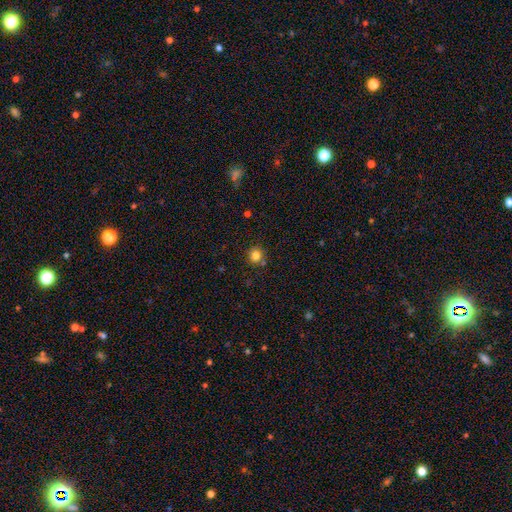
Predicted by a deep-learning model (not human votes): This appears to be a smooth galaxy with no disk features (81%) that is round (89%). Merging: none (81%).